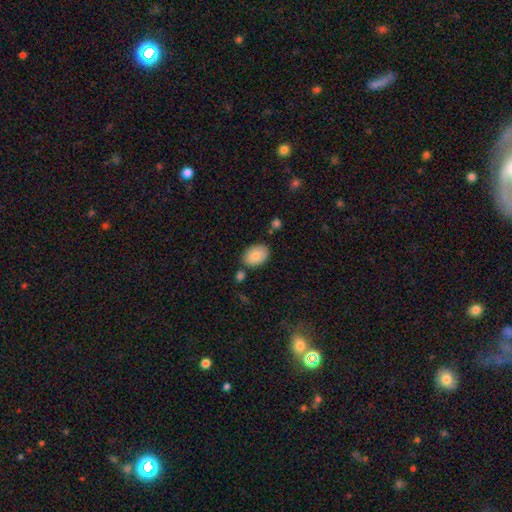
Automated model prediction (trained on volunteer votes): Smooth or featured?
  - smooth: 85% *
  - featured or disk: 9%
  - star or artifact: 7%
How rounded?
  - in between: 86% *
  - round: 13%
  - cigar-shaped: 1%
Merging?
  - none: 77% *
  - minor disturbance: 14%
  - merger: 6%
  - major disturbance: 3%